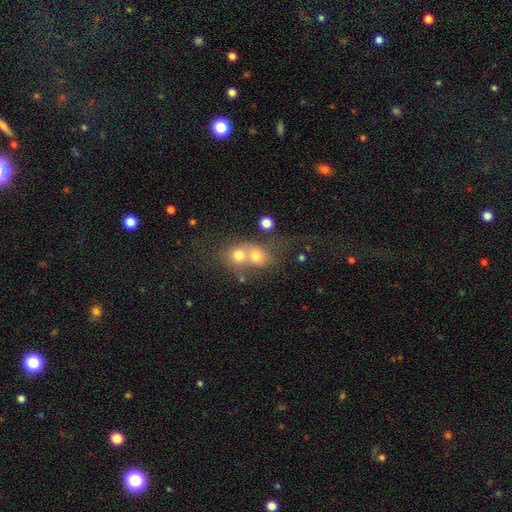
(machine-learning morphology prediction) smooth_or_featured: smooth (p=0.66) [alt: featured or disk p=0.19]
how_rounded: round (p=0.67) [alt: in between p=0.31]
merging: merger (p=0.65) [alt: none p=0.23]